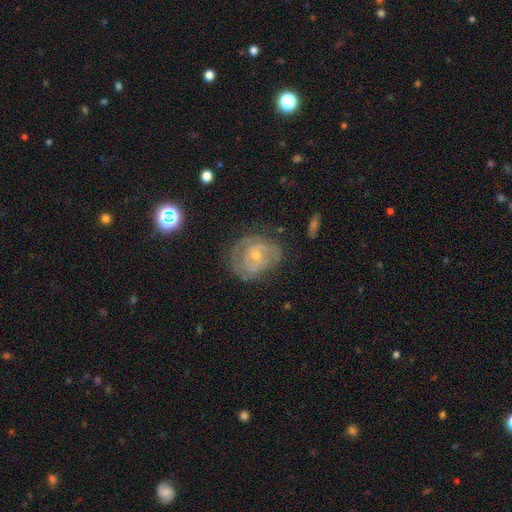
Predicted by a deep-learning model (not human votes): A featured or disk galaxy (76%) with no bar (66%), tight (61%) spiral arms (79%) and a small central bulge (57%).

Vote fractions:
- Smooth or featured? featured or disk: 76% / smooth: 17% / star or artifact: 7%
- Edge-on disk? no: 97% / yes: 3%
- Bar? no: 66% / weak: 28% / strong: 5%
- Spiral arms? yes: 79% / no: 21%
- Spiral winding? tight: 61% / medium: 30% / loose: 9%
- Spiral arm count? can't tell: 40% / 2: 37% / 3: 10% / 1: 6% / 4: 3% / more than 4: 3%
- Bulge size? small: 57% / moderate: 39% / none: 2% / large: 2% / dominant: 1%
- Merging? none: 62% / minor disturbance: 23% / major disturbance: 13% / merger: 2%